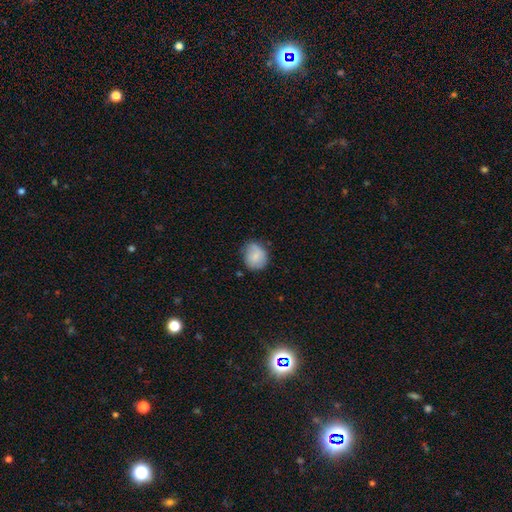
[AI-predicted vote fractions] This is likely a smooth galaxy (76%). How rounded: likely round (72%). Merging: likely none (66%).